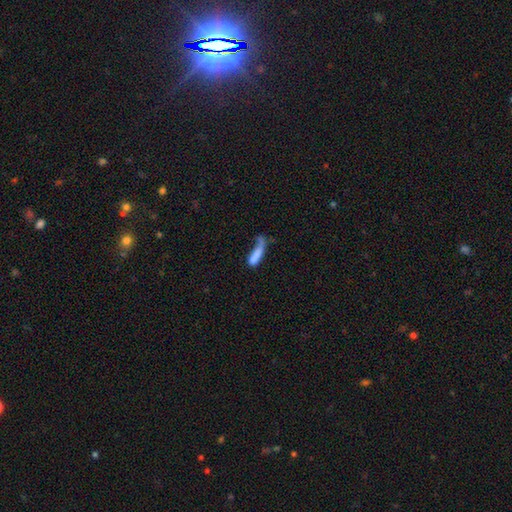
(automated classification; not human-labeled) smooth_or_featured: smooth (p=0.70) [alt: featured or disk p=0.21]
how_rounded: cigar-shaped (p=0.70) [alt: in between p=0.27]
merging: major disturbance (p=0.31) [tied with: none p=0.31]